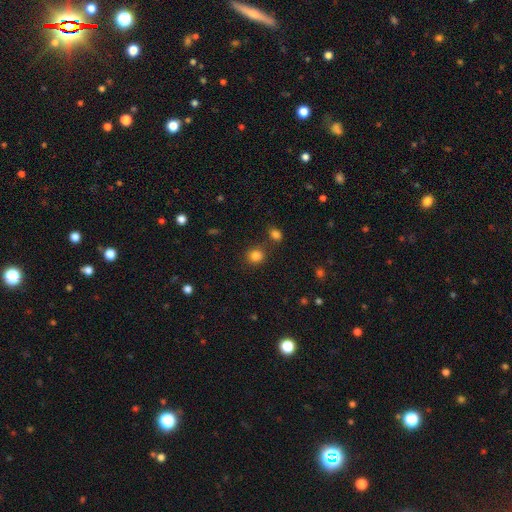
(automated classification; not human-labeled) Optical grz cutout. It shows a smooth galaxy with no disk features (83%) that is round (78%). Merging: none (77%).